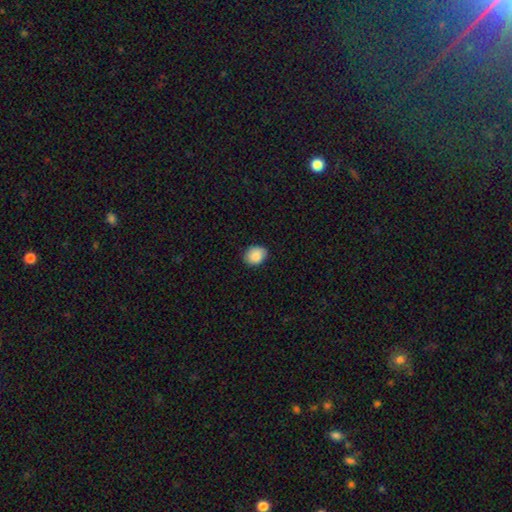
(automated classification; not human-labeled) Smooth or featured? smooth (89%)
How rounded? round (52%)
Merging? none (85%)